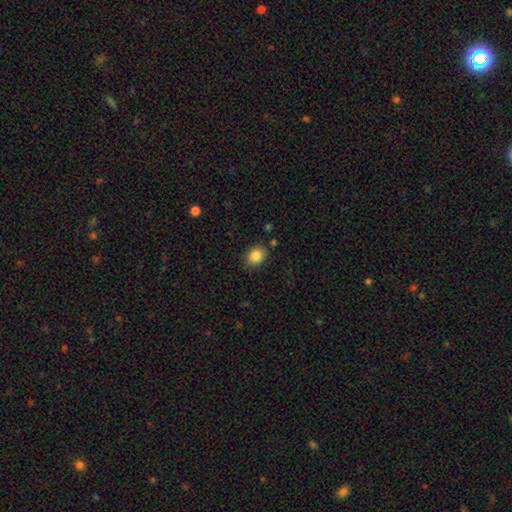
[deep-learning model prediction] Smooth or featured?
  - smooth: 86% *
  - star or artifact: 9%
  - featured or disk: 5%
How rounded?
  - round: 50% *
  - in between: 49%
  - cigar-shaped: 1%
Merging?
  - none: 83% *
  - minor disturbance: 12%
  - major disturbance: 3%
  - merger: 3%